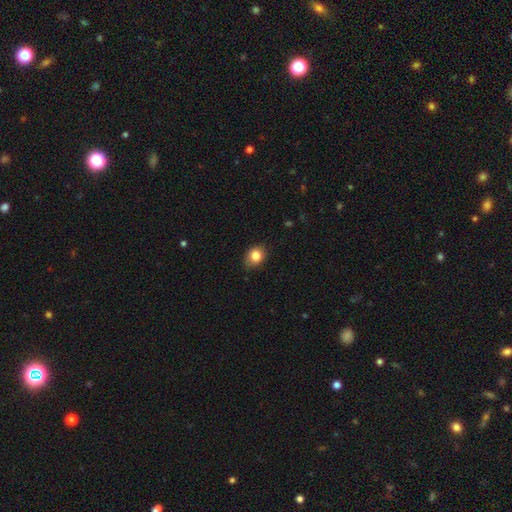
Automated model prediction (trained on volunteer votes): This appears to be a smooth galaxy with no disk features (84%) that is in between round and cigar-shaped (51%). Merging: none (82%).